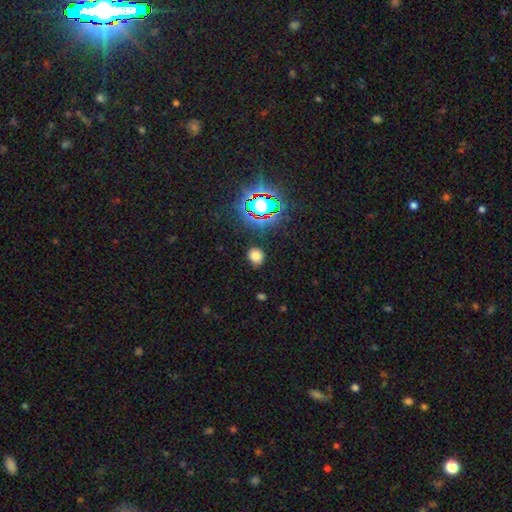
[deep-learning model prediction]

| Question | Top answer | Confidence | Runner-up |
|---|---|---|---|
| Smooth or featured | smooth | 73% | star or artifact (22%) |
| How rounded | round | 76% | in between (22%) |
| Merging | none | 84% | minor disturbance (11%) |